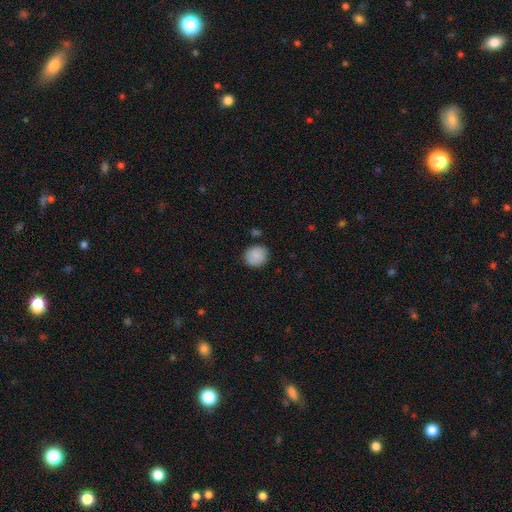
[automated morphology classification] This is clearly a smooth galaxy (88%). How rounded: clearly round (82%). Merging: clearly none (84%).